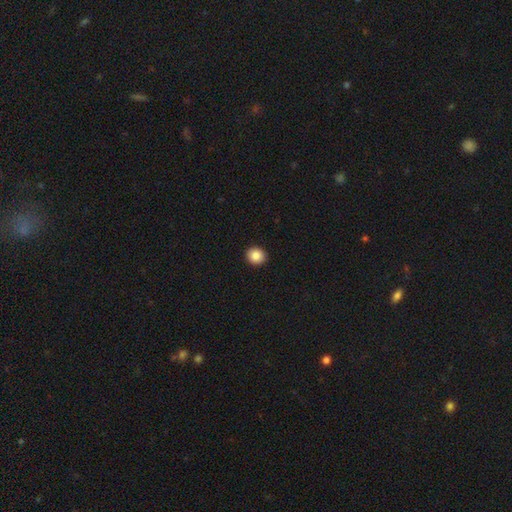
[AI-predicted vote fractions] Smooth or featured? Predicted: smooth (p=0.87). How rounded? Predicted: round (p=0.84). Merging? Predicted: none (p=0.93).